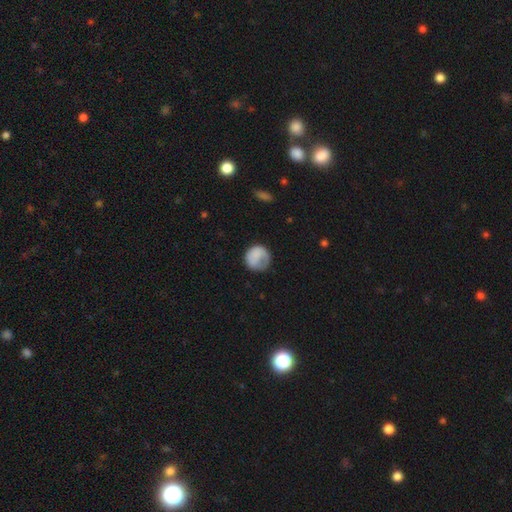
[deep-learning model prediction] smooth-or-featured: smooth: 76% | featured or disk: 18% | star or artifact: 7%
  how-rounded: round: 85% | in between: 14% | cigar-shaped: 1%
  merging: none: 55% | minor disturbance: 25% | major disturbance: 18% | merger: 2%